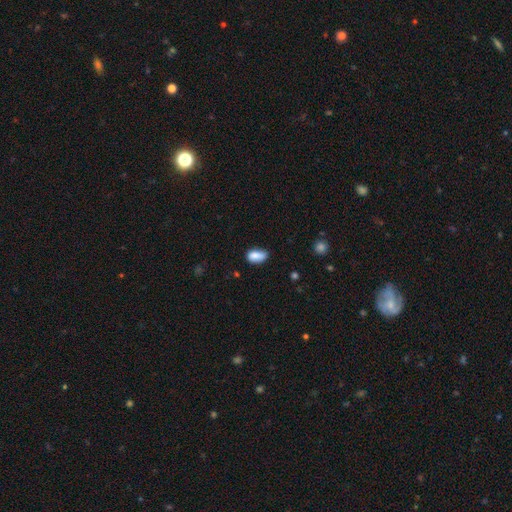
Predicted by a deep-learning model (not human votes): Smooth or featured? Predicted: smooth (p=0.83). How rounded? Predicted: in between (p=0.90). Merging? Predicted: none (p=0.55).